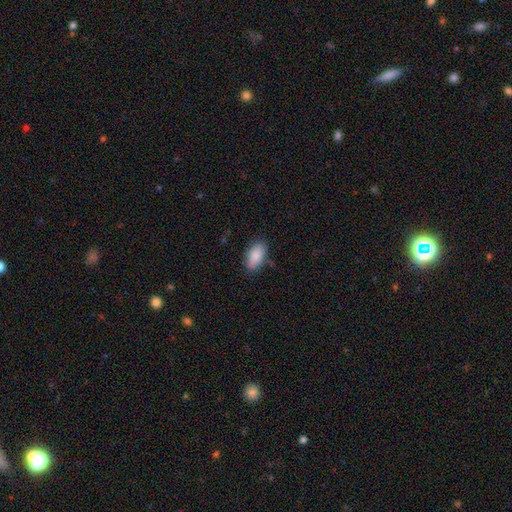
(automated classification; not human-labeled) Smooth or featured?
  - smooth: 87% *
  - star or artifact: 7%
  - featured or disk: 6%
How rounded?
  - in between: 91% *
  - cigar-shaped: 7%
  - round: 3%
Merging?
  - none: 80% *
  - minor disturbance: 15%
  - major disturbance: 3%
  - merger: 2%